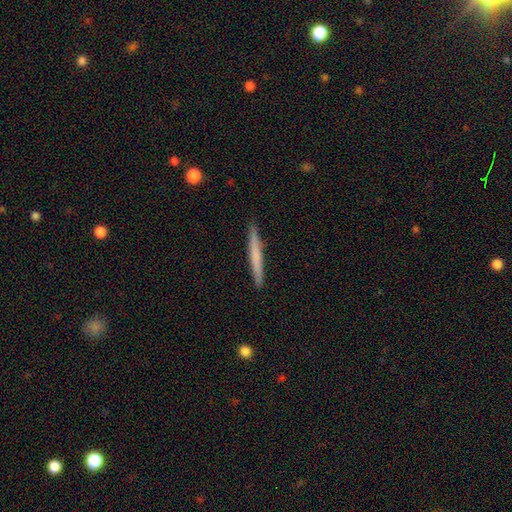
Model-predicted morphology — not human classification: A smooth galaxy with no disk features (62%) that is cigar-shaped (97%). Merging: none (92%).